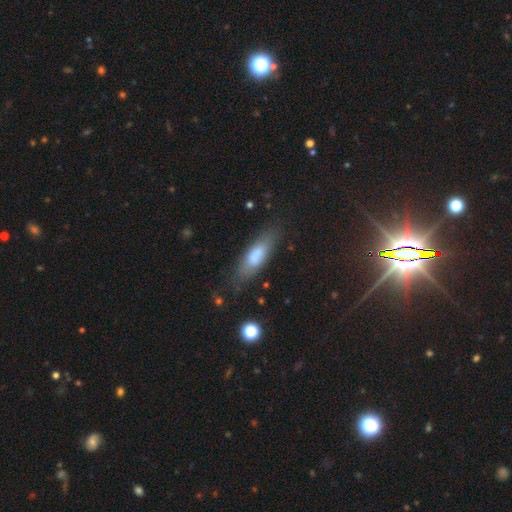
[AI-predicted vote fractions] A smooth galaxy with no disk features (76%) that is in between round and cigar-shaped (59%). Merging: none (77%).